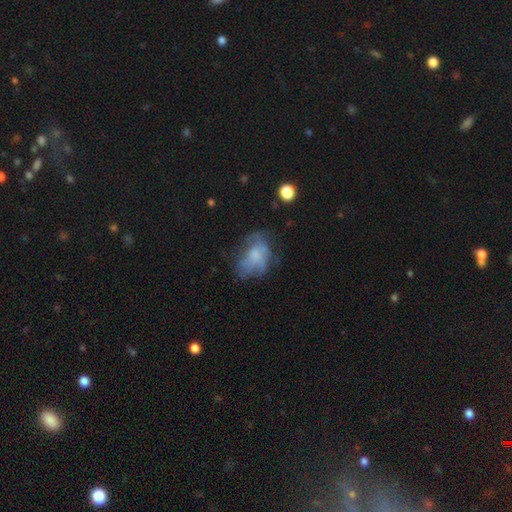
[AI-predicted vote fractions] smooth_or_featured: smooth (p=0.48) [alt: featured or disk p=0.41]
merging: none (p=0.43) [alt: major disturbance p=0.28]